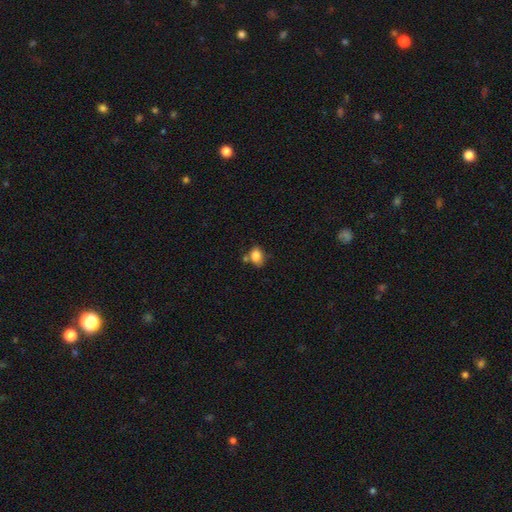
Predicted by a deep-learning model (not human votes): smooth-or-featured: smooth: 84% | star or artifact: 10% | featured or disk: 7%
  how-rounded: in between: 70% | round: 29% | cigar-shaped: 1%
  merging: none: 55% | minor disturbance: 22% | merger: 17% | major disturbance: 6%